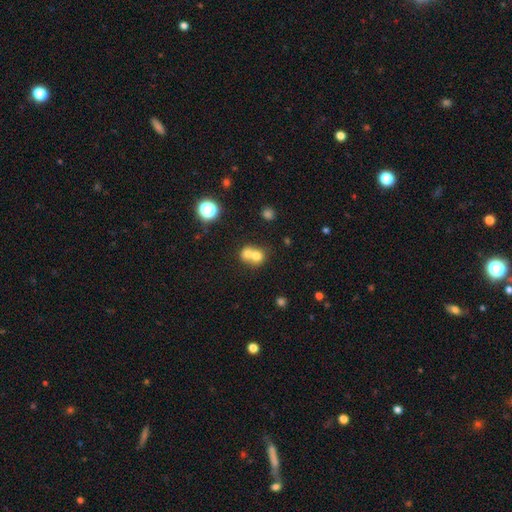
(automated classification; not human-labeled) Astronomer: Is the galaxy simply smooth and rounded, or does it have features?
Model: smooth — 70%.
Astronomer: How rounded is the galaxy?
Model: round — 74%.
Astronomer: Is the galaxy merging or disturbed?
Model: merger — 66%.